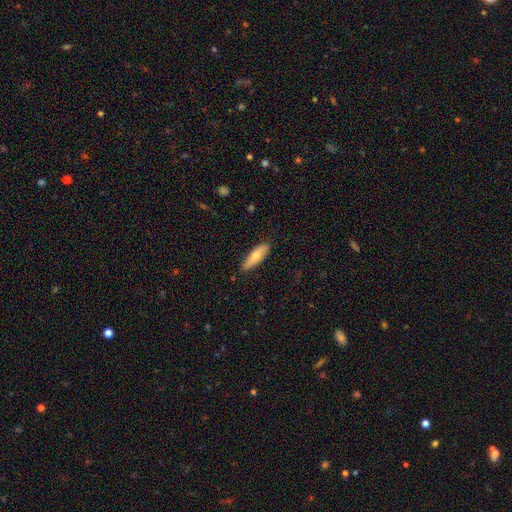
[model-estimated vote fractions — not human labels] This is likely a smooth galaxy (68%). How rounded: possibly cigar-shaped (57%). Merging: clearly none (83%).